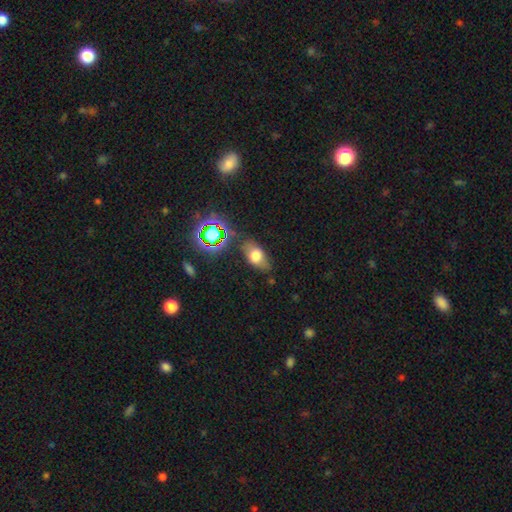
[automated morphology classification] A smooth galaxy with no disk features (63%) that is in between round and cigar-shaped (85%). Merging: none (73%).